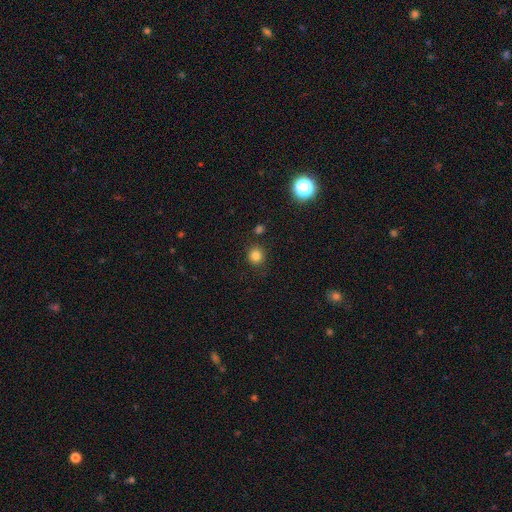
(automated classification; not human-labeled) Overall: smooth (82%). How rounded: round (89%). Merging: none (85%).